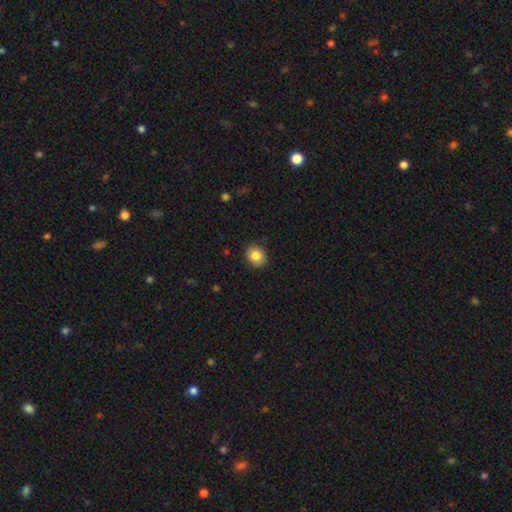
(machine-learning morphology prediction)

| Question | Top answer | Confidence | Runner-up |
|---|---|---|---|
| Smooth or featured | smooth | 84% | star or artifact (9%) |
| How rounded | round | 66% | in between (33%) |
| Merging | none | 88% | minor disturbance (9%) |